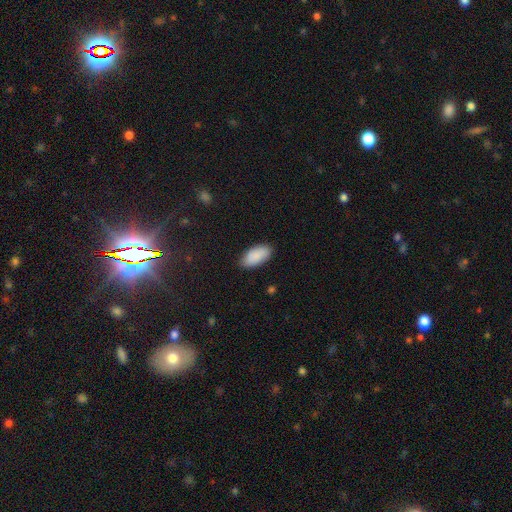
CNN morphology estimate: This is clearly a smooth galaxy (89%). How rounded: clearly in between (91%). Merging: clearly none (85%).